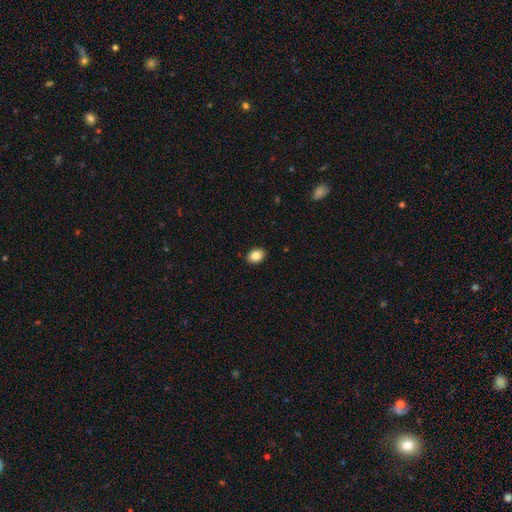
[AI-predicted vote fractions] smooth 86%, star or artifact 8%, featured or disk 6%. Down the decision tree: how rounded — in between (75%); merging — none (90%).